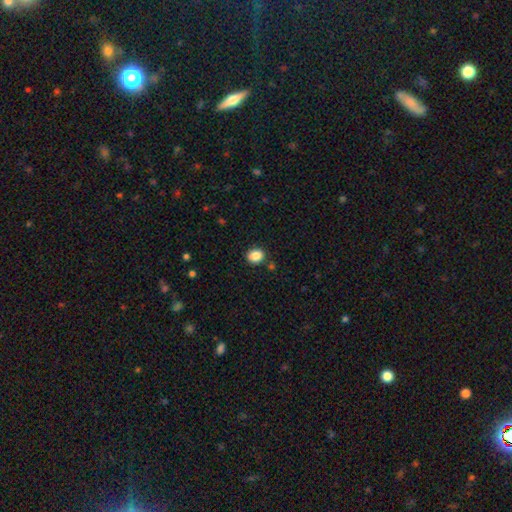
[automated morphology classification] smooth 87%, star or artifact 9%, featured or disk 4%. Down the decision tree: how rounded — round (55%); merging — none (86%).